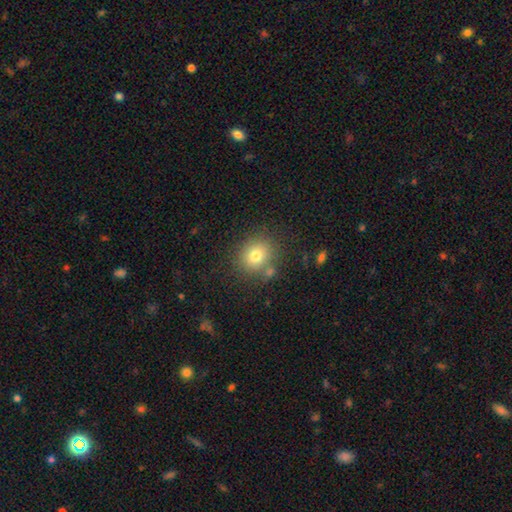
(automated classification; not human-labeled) Morphology: type=smooth (76%); roundness=round (74%); merging=none (76%).